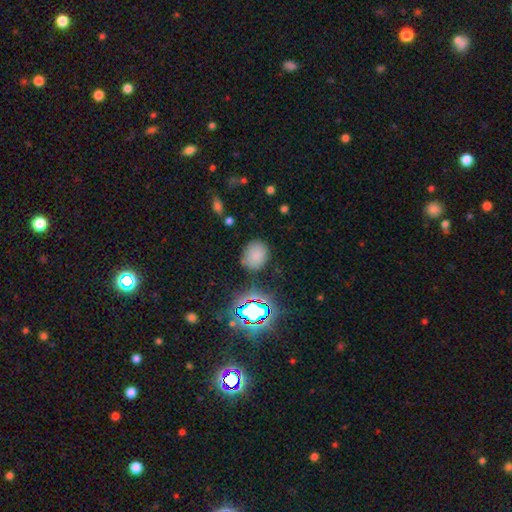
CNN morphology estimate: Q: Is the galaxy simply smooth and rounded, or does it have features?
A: smooth — 73%.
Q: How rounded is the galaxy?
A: round — 62%.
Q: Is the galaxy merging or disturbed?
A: none — 76%.